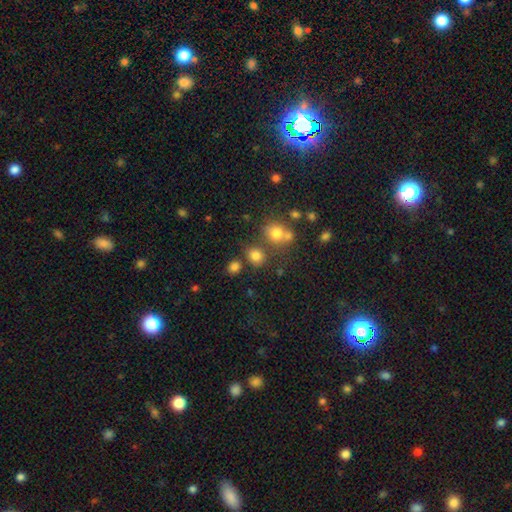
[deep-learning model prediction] smooth-or-featured: smooth: 78% | star or artifact: 15% | featured or disk: 7%
  how-rounded: round: 71% | in between: 28% | cigar-shaped: 1%
  merging: none: 68% | merger: 16% | minor disturbance: 10% | major disturbance: 5%